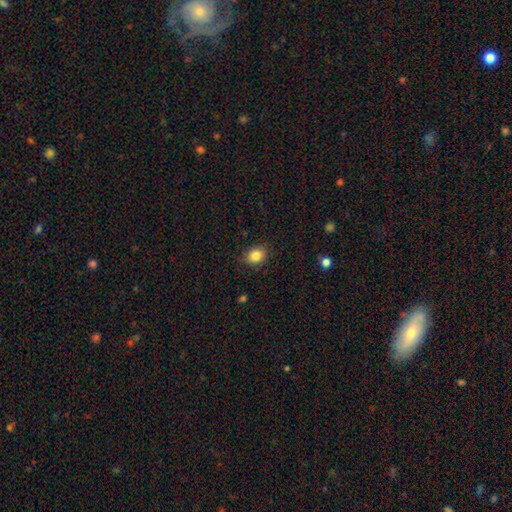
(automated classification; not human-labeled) This appears to be a smooth galaxy with no disk features (85%) that is in between round and cigar-shaped (53%). Merging: none (87%).